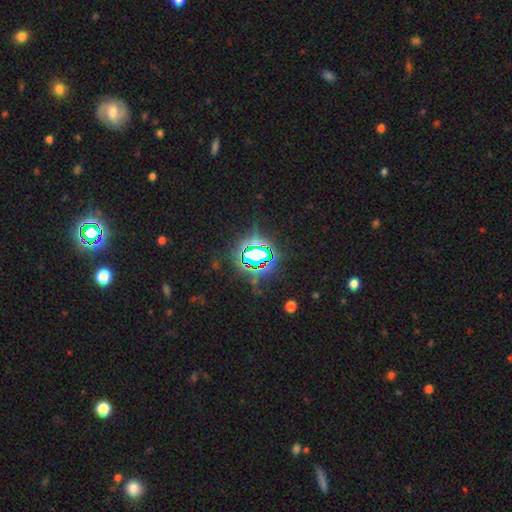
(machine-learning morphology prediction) A star or artifact, not a galaxy (77%).

Vote fractions:
- Smooth or featured? star or artifact: 77% / smooth: 13% / featured or disk: 10%